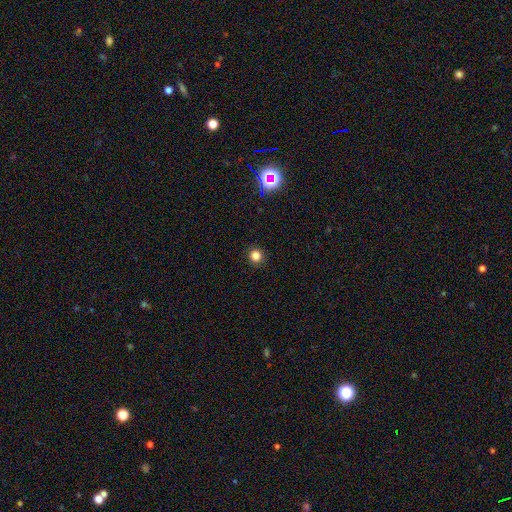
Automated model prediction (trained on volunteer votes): Overall: smooth (80%). How rounded: round (94%). Merging: none (91%).